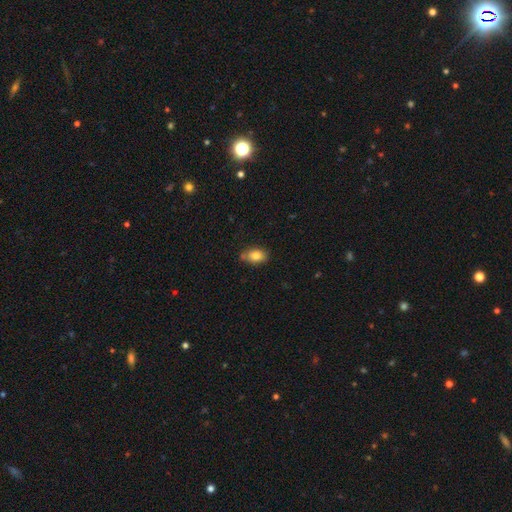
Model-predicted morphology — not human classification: smooth-or-featured: smooth: 82% | featured or disk: 10% | star or artifact: 9%
  how-rounded: in between: 83% | round: 16% | cigar-shaped: 2%
  merging: none: 73% | minor disturbance: 20% | merger: 5% | major disturbance: 3%